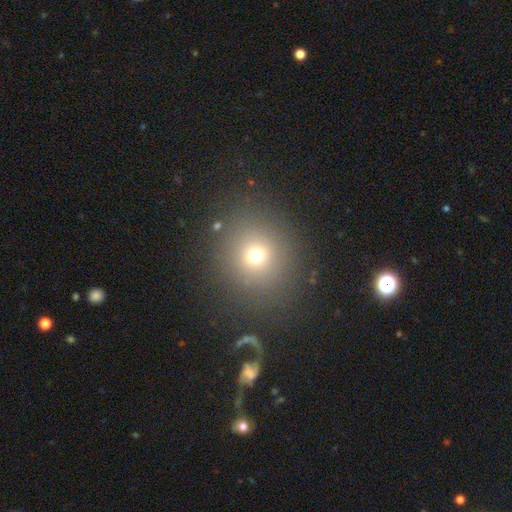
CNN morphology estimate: This is likely a smooth galaxy (69%). How rounded: clearly round (88%). Merging: clearly none (85%).